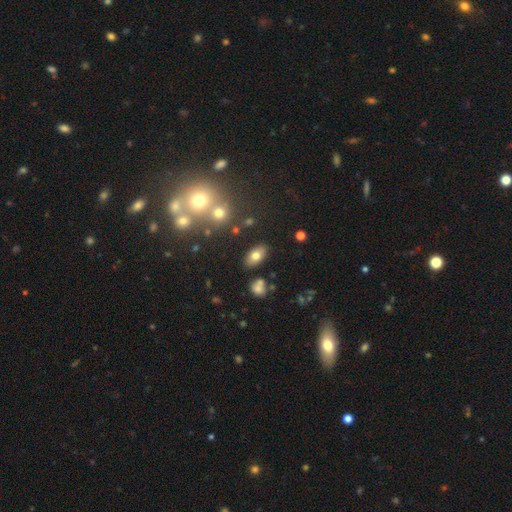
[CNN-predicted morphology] Q: Smooth or featured?
A: smooth (74%); runner-up: featured or disk (16%)
Q: How rounded?
A: in between (91%); runner-up: round (6%)
Q: Merging?
A: none (83%); runner-up: minor disturbance (10%)